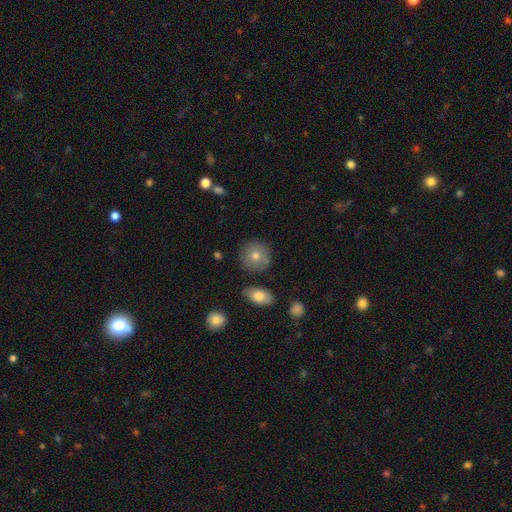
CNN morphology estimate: This is likely a smooth galaxy (74%). How rounded: clearly round (92%). Merging: clearly none (83%).